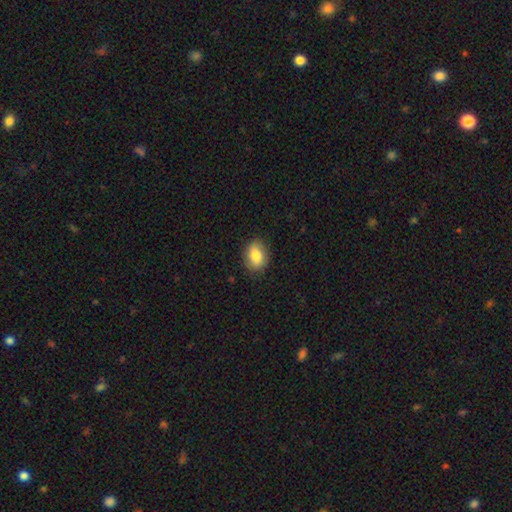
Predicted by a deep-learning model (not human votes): Morphology: type=smooth (81%); roundness=in between (67%); merging=none (85%).